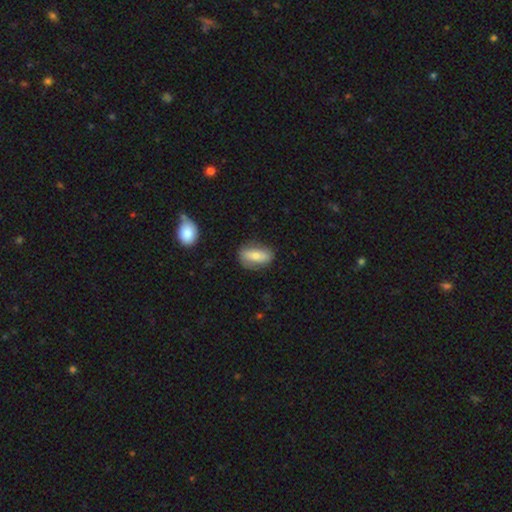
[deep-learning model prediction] Smooth or featured?
  - smooth: 66% *
  - featured or disk: 27%
  - star or artifact: 7%
How rounded?
  - in between: 84% *
  - cigar-shaped: 9%
  - round: 6%
Merging?
  - none: 75% *
  - minor disturbance: 18%
  - major disturbance: 5%
  - merger: 2%